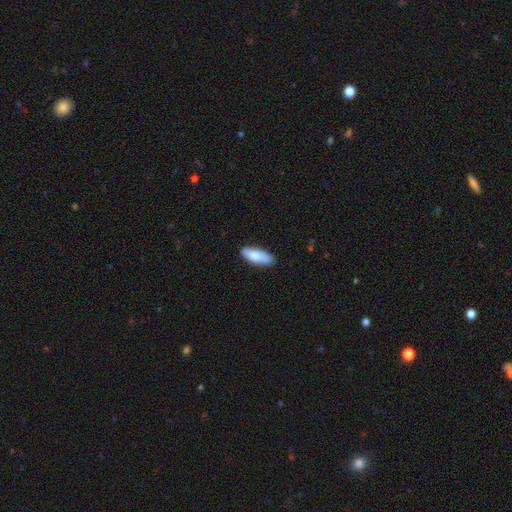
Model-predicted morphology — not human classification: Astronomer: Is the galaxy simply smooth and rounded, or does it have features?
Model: smooth — 84%.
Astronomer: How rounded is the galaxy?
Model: in between — 74%.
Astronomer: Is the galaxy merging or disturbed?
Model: none — 85%.